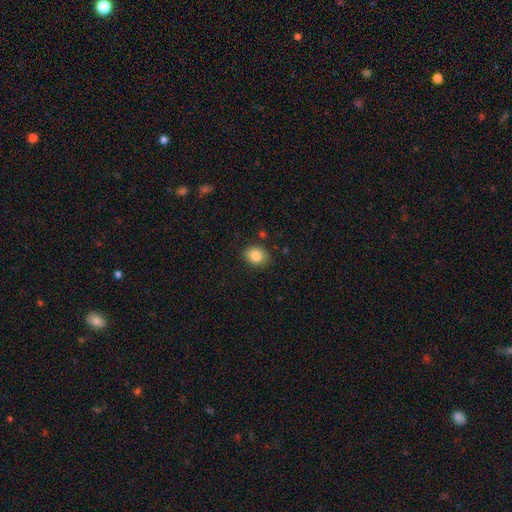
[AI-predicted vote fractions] Smooth or featured: smooth — 85% (star or artifact — 9%)
How rounded: round — 52% (in between — 47%)
Merging: none — 84% (minor disturbance — 12%)